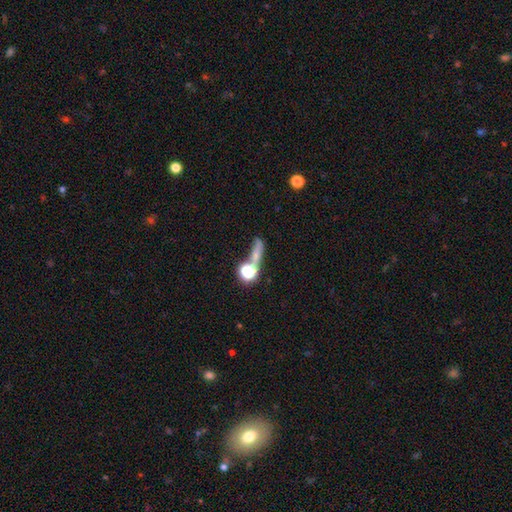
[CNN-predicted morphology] This is possibly a smooth galaxy (53%). How rounded: marginally cigar-shaped (37%). Merging: marginally none (40%).